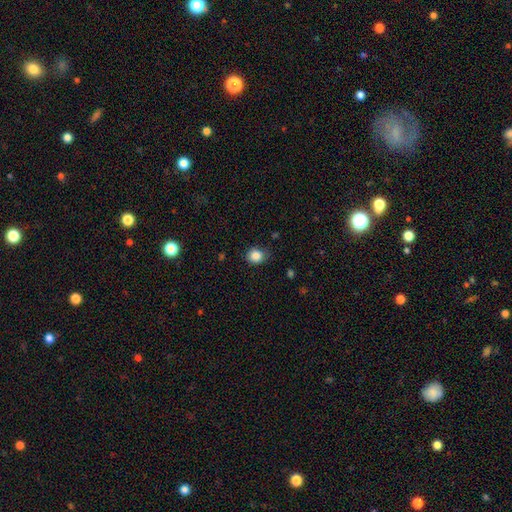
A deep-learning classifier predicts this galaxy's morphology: A smooth galaxy with no disk features (86%) that is round (73%).

Vote fractions:
- Smooth or featured? smooth: 86% / star or artifact: 10% / featured or disk: 4%
- How rounded? round: 73% / in between: 26% / cigar-shaped: 1%
- Merging? none: 77% / minor disturbance: 18% / major disturbance: 3% / merger: 1%